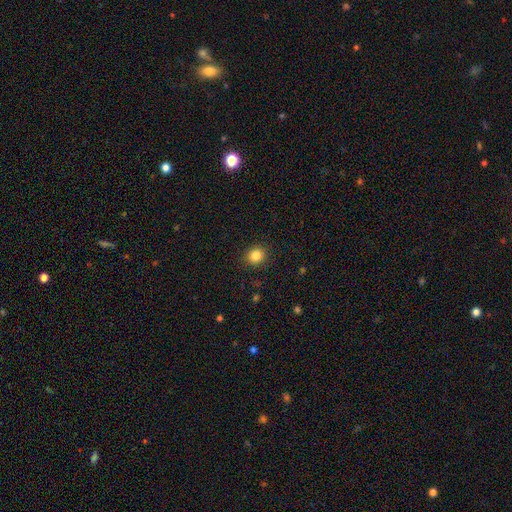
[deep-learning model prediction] Smooth or featured? Predicted: smooth (p=0.84). How rounded? Predicted: round (p=0.81). Merging? Predicted: none (p=0.90).